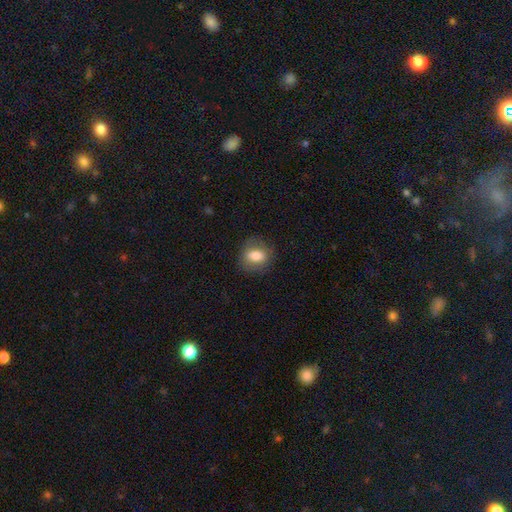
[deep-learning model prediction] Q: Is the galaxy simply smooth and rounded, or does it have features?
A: smooth — 77%.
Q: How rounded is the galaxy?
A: round — 51%.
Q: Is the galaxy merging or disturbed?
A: none — 82%.